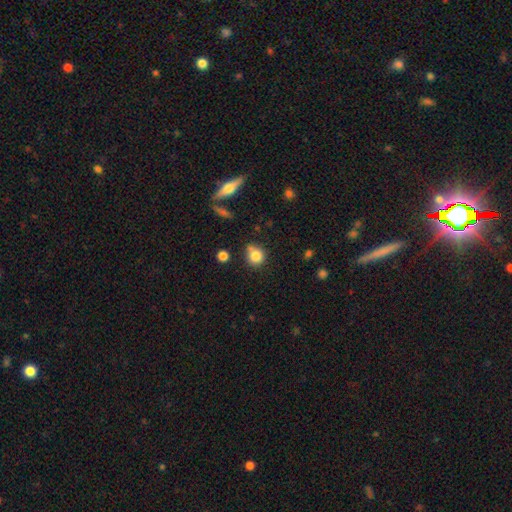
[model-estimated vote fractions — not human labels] smooth_or_featured: smooth (p=0.82) [alt: star or artifact p=0.11]
how_rounded: round (p=0.84) [alt: in between p=0.15]
merging: none (p=0.67) [alt: minor disturbance p=0.17]